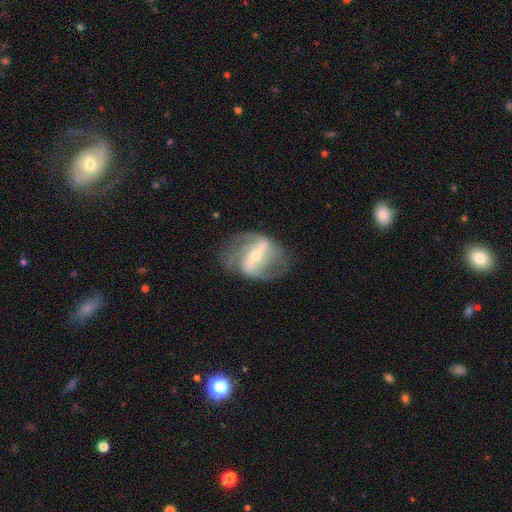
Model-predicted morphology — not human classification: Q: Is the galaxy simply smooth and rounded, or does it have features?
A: featured or disk — 84%.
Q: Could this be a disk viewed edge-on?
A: no — 95%.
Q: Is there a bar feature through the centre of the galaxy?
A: strong — 59%.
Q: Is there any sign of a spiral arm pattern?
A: yes — 89%.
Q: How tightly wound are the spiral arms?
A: medium — 43%.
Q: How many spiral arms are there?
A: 2 — 68%.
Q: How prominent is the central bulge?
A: small — 53%.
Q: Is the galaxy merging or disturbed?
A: none — 65%.